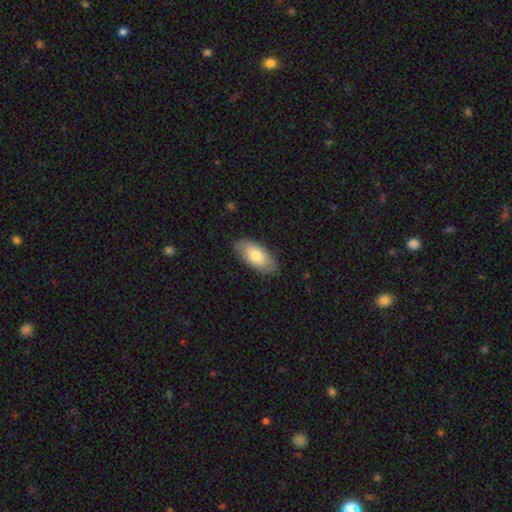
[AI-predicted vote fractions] A smooth galaxy with no disk features (75%) that is in between round and cigar-shaped (93%). Merging: none (84%).